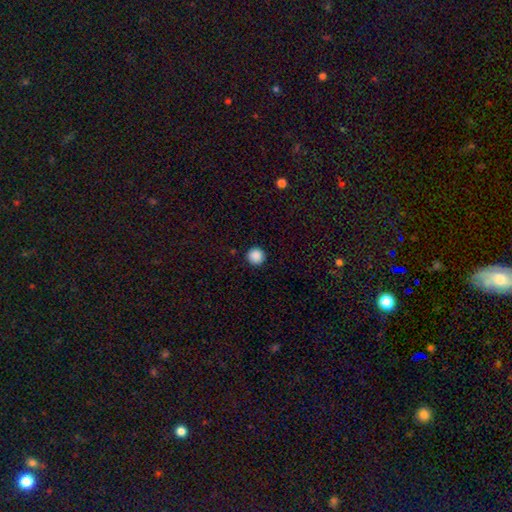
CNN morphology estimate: smooth_or_featured: smooth (p=0.88) [alt: star or artifact p=0.09]
how_rounded: round (p=0.96) [alt: in between p=0.03]
merging: none (p=0.93) [alt: minor disturbance p=0.04]